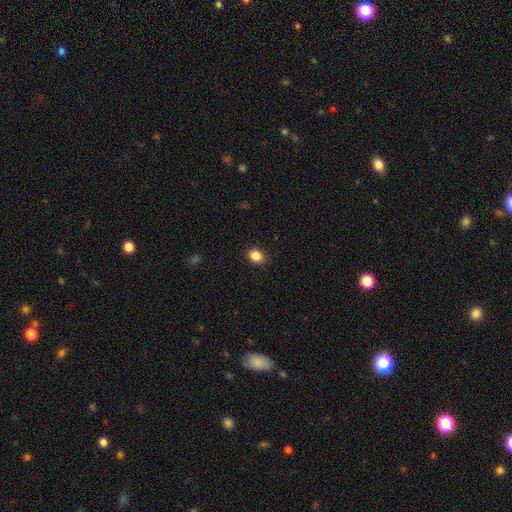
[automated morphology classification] This is clearly a smooth galaxy (87%). How rounded: likely in between (60%). Merging: clearly none (88%).